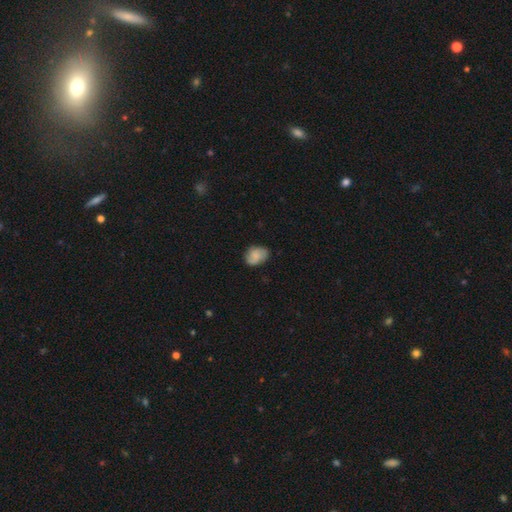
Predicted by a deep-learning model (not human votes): This is likely a smooth galaxy (66%). How rounded: likely in between (65%). Merging: likely none (75%).